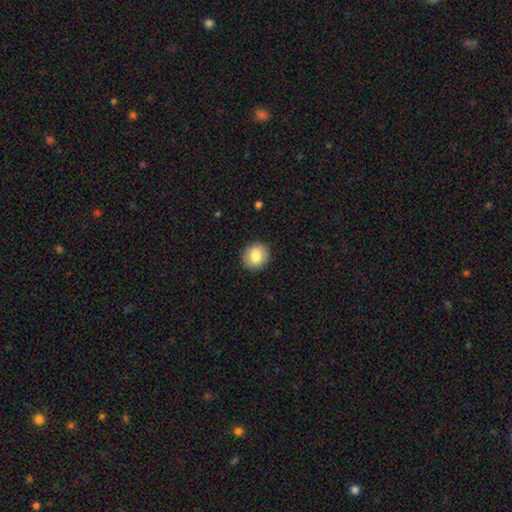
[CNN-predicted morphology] smooth 83%, featured or disk 9%, star or artifact 8%. Down the decision tree: how rounded — round (80%); merging — none (91%).